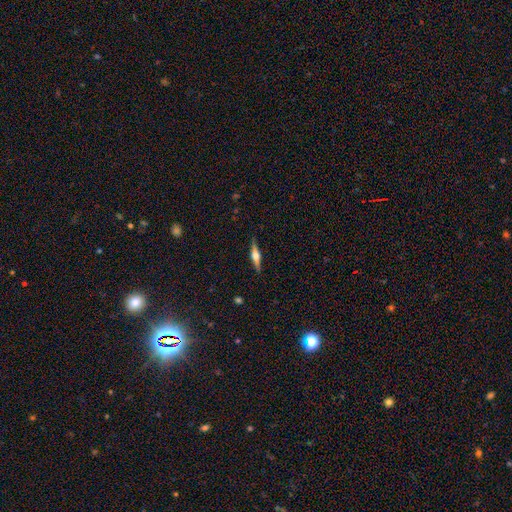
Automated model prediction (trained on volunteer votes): A featured or disk galaxy (66%) viewed edge-on (97%) with a rounded central bulge (92%).

Vote fractions:
- Smooth or featured? featured or disk: 66% / smooth: 28% / star or artifact: 6%
- Edge-on disk? yes: 97% / no: 3%
- Edge-on bulge? rounded: 92% / boxy: 5% / none: 3%
- Merging? none: 89% / minor disturbance: 9% / major disturbance: 2% / merger: 1%